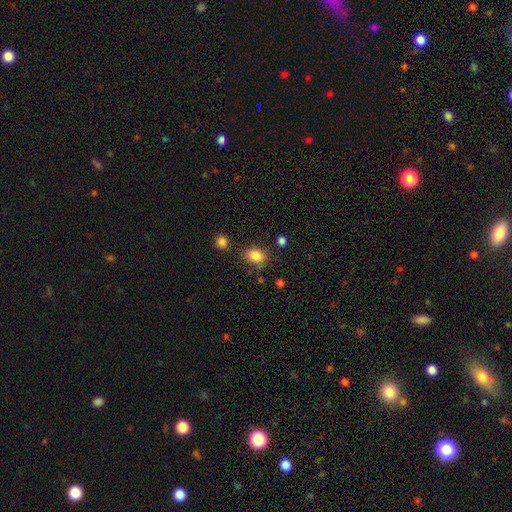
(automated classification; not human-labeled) smooth 85%, star or artifact 10%, featured or disk 5%. Down the decision tree: how rounded — in between (66%); merging — none (72%).